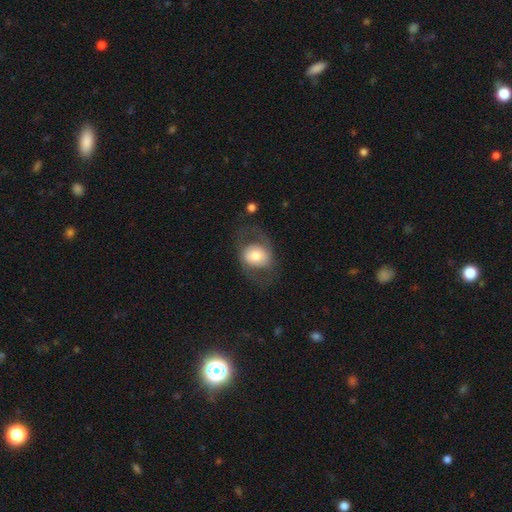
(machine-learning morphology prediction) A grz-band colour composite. It shows a smooth galaxy with no disk features (48%). Merging: none (60%).